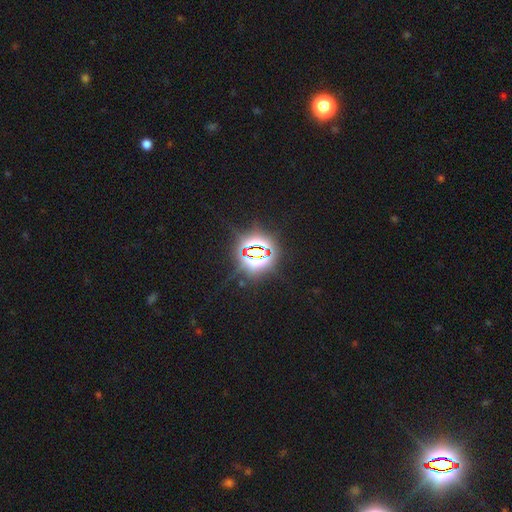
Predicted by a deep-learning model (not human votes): Overall: star or artifact (82%).